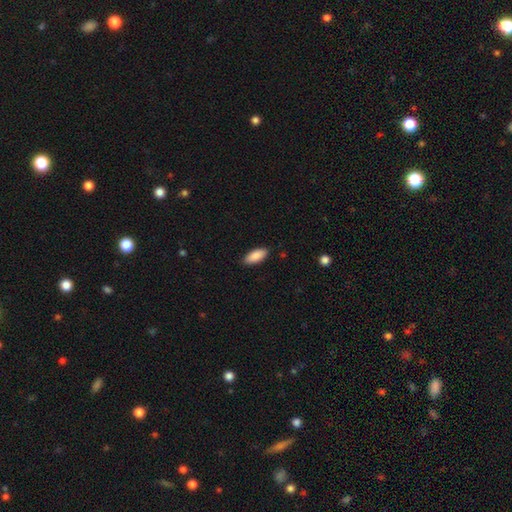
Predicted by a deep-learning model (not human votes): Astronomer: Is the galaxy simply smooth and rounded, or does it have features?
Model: smooth — 88%.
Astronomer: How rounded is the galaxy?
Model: in between — 82%.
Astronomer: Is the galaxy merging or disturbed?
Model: none — 87%.